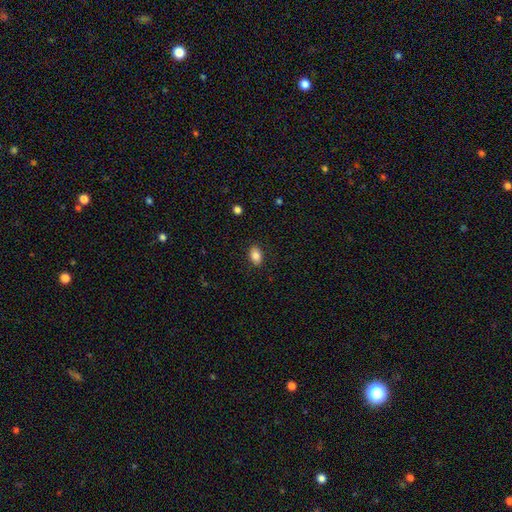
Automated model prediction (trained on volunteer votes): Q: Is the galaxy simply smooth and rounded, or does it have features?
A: smooth — 84%.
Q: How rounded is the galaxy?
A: in between — 84%.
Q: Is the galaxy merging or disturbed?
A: none — 87%.